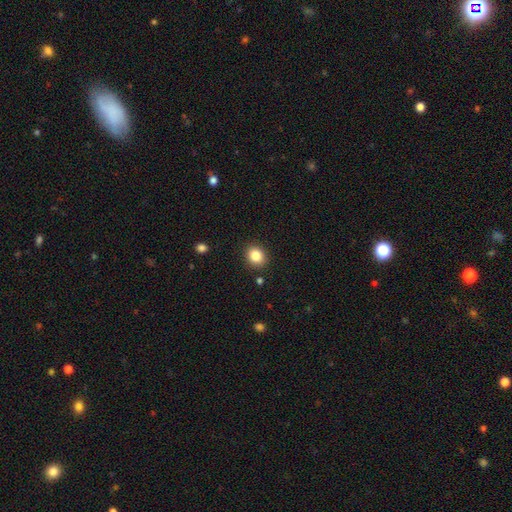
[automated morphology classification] Smooth or featured? Predicted: smooth (p=0.85). How rounded? Predicted: round (p=0.67). Merging? Predicted: none (p=0.89).